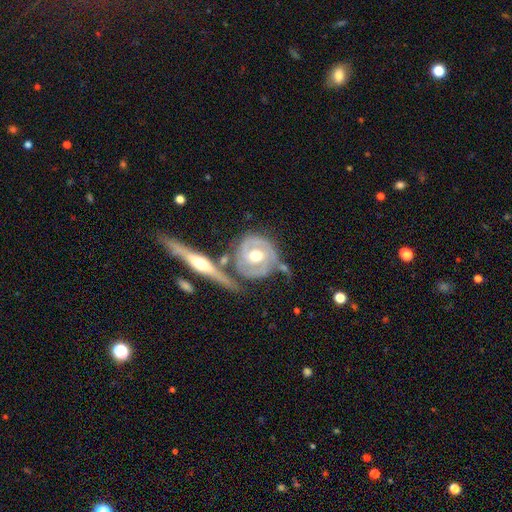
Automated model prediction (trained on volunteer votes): Smooth or featured? Predicted: featured or disk (p=0.84). Edge-on disk? Predicted: no (p=0.92). Bar? Predicted: no (p=0.57). Spiral arms? Predicted: yes (p=0.90). Spiral winding? Predicted: tight (p=0.68). Spiral arm count? Predicted: 2 (p=0.74). Bulge size? Predicted: moderate (p=0.78). Merging? Predicted: none (p=0.53).